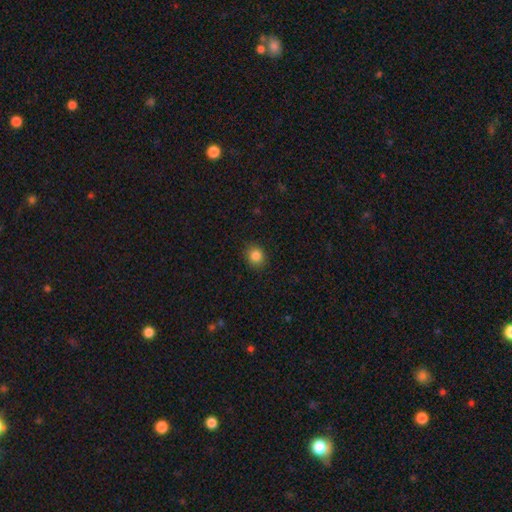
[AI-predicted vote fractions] The model was most divided on "how rounded": round: 80%, in between: 19%, cigar-shaped: 1%. More confident: merging — none (90%); smooth or featured — smooth (85%).